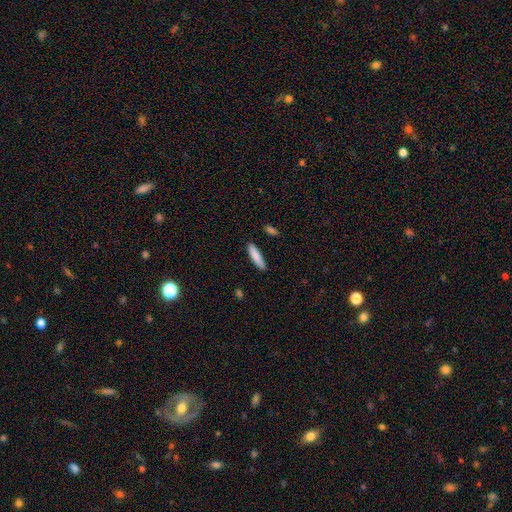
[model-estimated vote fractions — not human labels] Morphology: type=smooth (85%); roundness=cigar-shaped (76%); merging=none (87%).